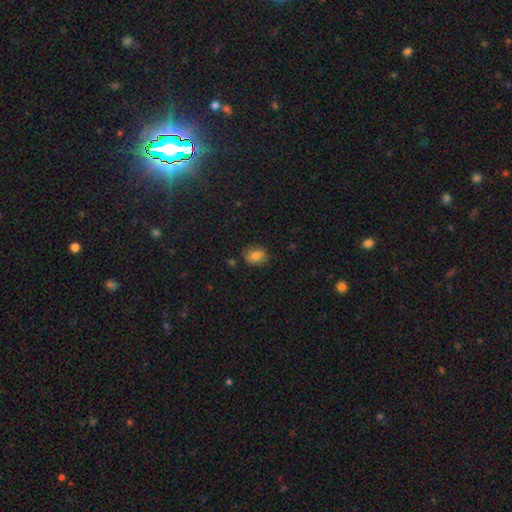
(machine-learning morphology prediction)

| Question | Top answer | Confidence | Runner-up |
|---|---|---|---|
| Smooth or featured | smooth | 80% | star or artifact (10%) |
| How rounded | in between | 63% | round (36%) |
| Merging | none | 81% | minor disturbance (14%) |